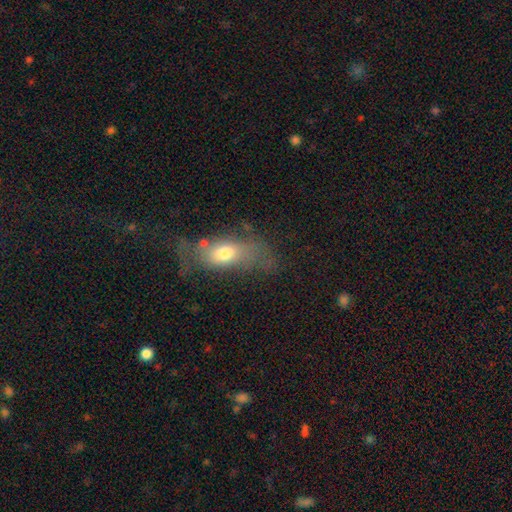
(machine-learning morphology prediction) The model was most divided on "merging": none: 38%, major disturbance: 30%, minor disturbance: 27%, merger: 5%. More confident: how rounded — in between (75%); smooth or featured — smooth (59%).